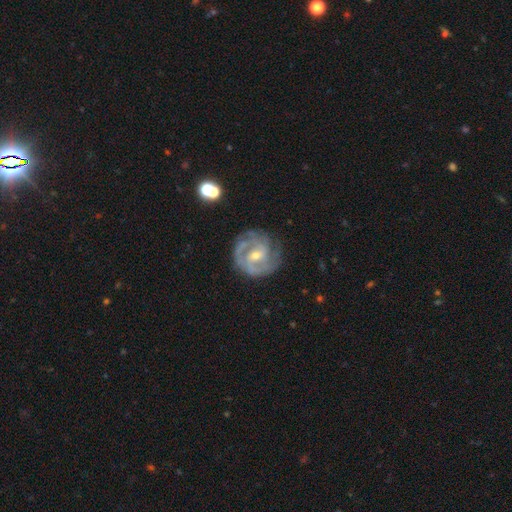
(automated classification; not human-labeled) smooth_or_featured: featured or disk (p=0.88) [alt: smooth p=0.07]
disk_edge_on: no (p=0.98) [alt: yes p=0.02]
bar: weak (p=0.45) [alt: no p=0.39]
has_spiral_arms: yes (p=0.97) [alt: no p=0.03]
spiral_winding: tight (p=0.57) [alt: medium p=0.36]
spiral_arm_count: 2 (p=0.36) [alt: 3 p=0.32]
bulge_size: small (p=0.56) [alt: moderate p=0.41]
merging: none (p=0.75) [alt: minor disturbance p=0.17]